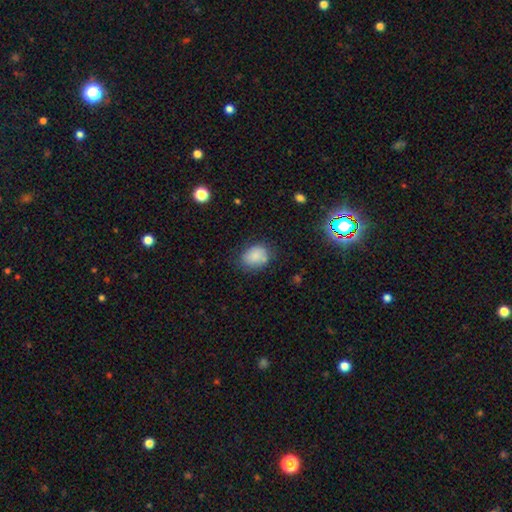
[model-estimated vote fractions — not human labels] smooth-or-featured: smooth: 83% | star or artifact: 9% | featured or disk: 8%
  how-rounded: in between: 62% | round: 37% | cigar-shaped: 1%
  merging: none: 67% | minor disturbance: 21% | major disturbance: 6% | merger: 6%